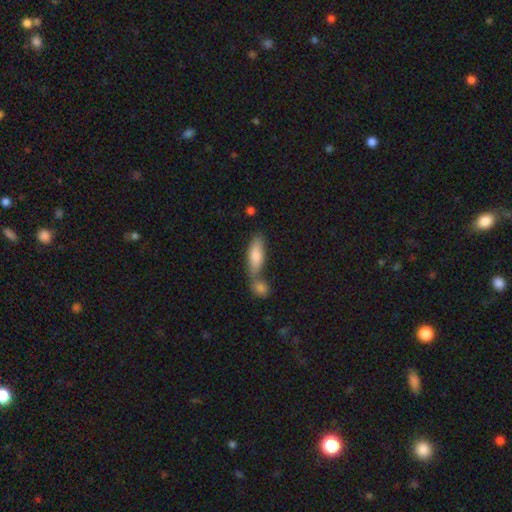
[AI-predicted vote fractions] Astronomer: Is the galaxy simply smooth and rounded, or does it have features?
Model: smooth — 78%.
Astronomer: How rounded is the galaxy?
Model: in between — 60% (runner-up: cigar-shaped, 38%).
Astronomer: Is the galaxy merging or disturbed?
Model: merger — 43% (runner-up: none, 42%).